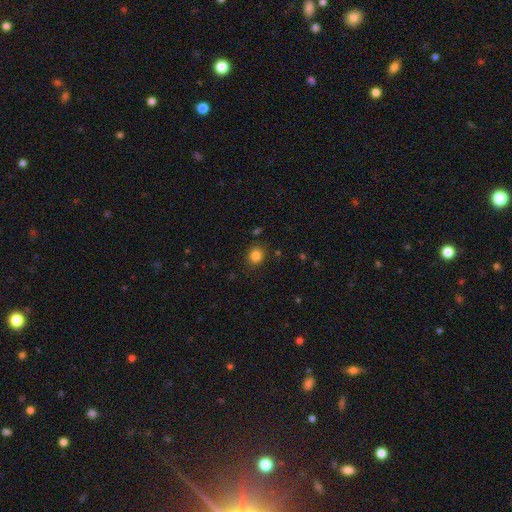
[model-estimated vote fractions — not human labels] Overall: smooth (83%). How rounded: round (70%). Merging: none (86%).